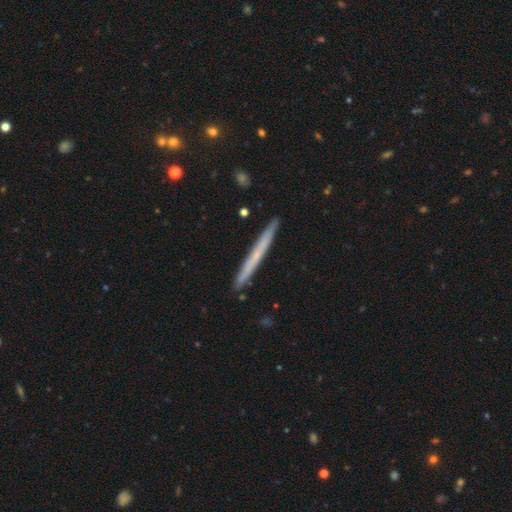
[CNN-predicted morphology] Q: Smooth or featured?
A: smooth (47%); runner-up: featured or disk (46%)
Q: Merging?
A: none (91%); runner-up: minor disturbance (7%)